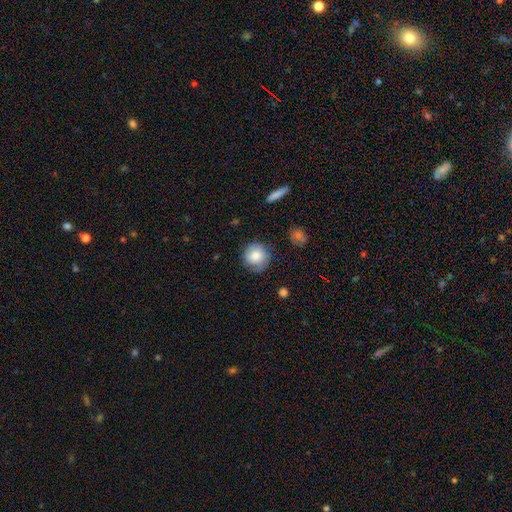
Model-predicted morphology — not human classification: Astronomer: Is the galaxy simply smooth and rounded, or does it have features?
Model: smooth — 74%.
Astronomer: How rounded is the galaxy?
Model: round — 90%.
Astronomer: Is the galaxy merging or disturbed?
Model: none — 75%.